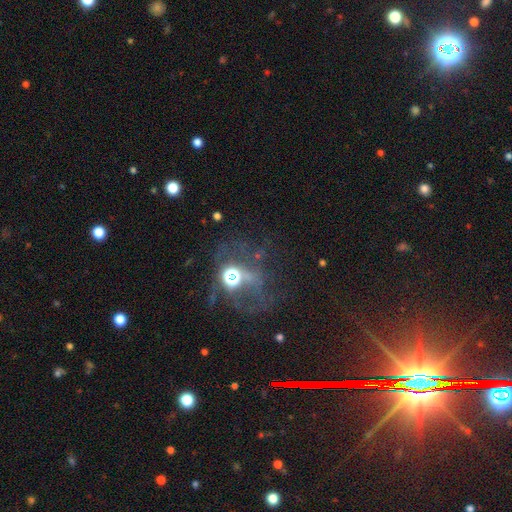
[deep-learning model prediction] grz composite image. It shows a star or artifact, not a galaxy (47%).